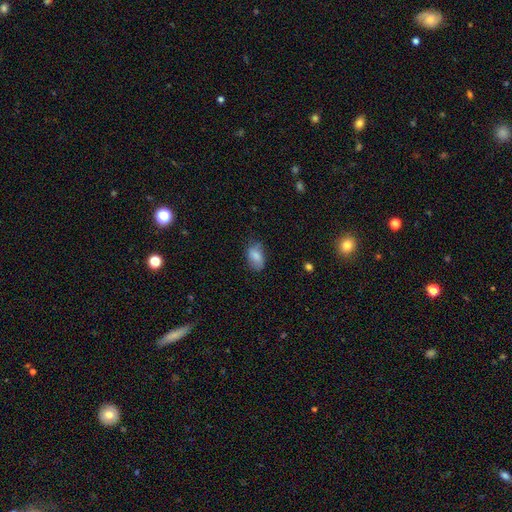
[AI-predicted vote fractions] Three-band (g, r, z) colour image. It shows a smooth galaxy with no disk features (80%) that is in between round and cigar-shaped (90%). Merging: none (65%).